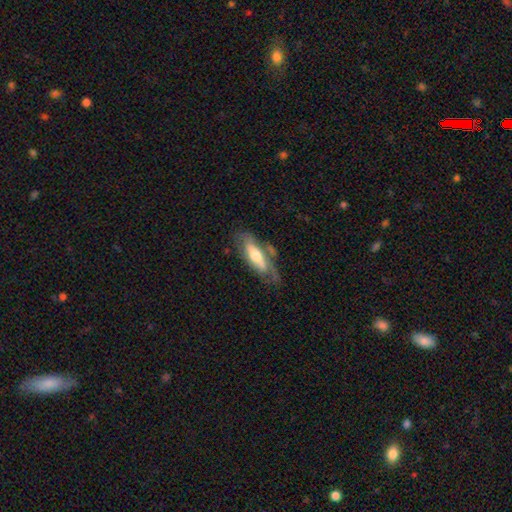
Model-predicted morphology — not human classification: This is possibly a featured or disk galaxy (56%). It is likely not viewed edge-on (62%). Merging: possibly none (52%).